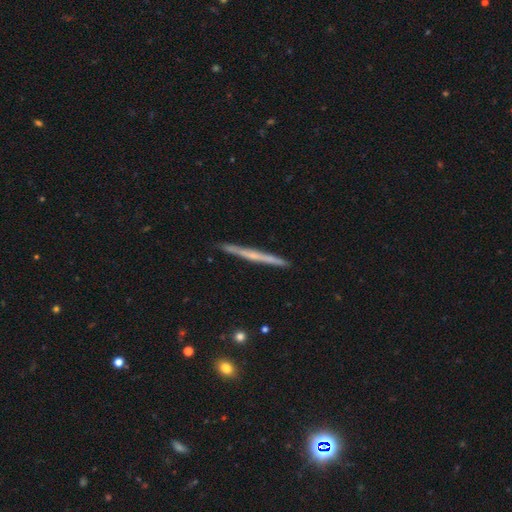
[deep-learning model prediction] Smooth or featured?
  - featured or disk: 62% *
  - smooth: 32%
  - star or artifact: 6%
Edge-on disk?
  - yes: 98% *
  - no: 2%
Edge-on bulge?
  - none: 64% *
  - rounded: 30%
  - boxy: 6%
Merging?
  - none: 91% *
  - minor disturbance: 7%
  - major disturbance: 1%
  - merger: 1%